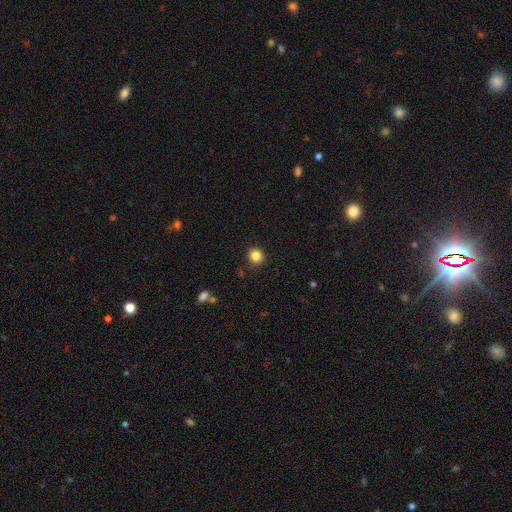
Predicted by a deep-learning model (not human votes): A smooth galaxy with no disk features (85%) that is round (87%).

Vote fractions:
- Smooth or featured? smooth: 85% / star or artifact: 11% / featured or disk: 4%
- How rounded? round: 87% / in between: 12% / cigar-shaped: 1%
- Merging? none: 89% / minor disturbance: 7% / major disturbance: 2% / merger: 2%